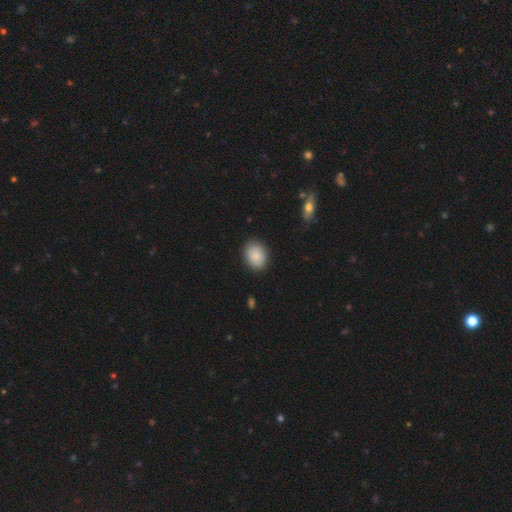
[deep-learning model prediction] smooth 87%, star or artifact 7%, featured or disk 6%. Down the decision tree: how rounded — in between (62%); merging — none (87%).